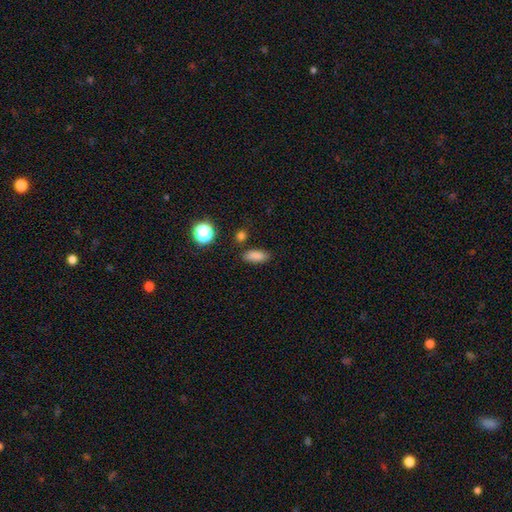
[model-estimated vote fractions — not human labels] Overall: smooth (83%). How rounded: in between (81%). Merging: none (81%).